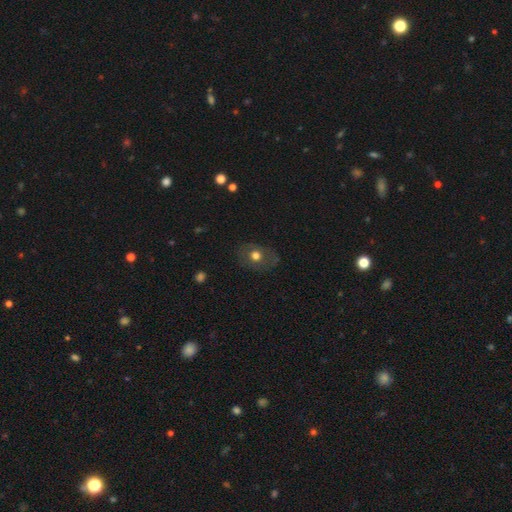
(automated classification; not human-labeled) This appears to be a smooth galaxy with no disk features (58%) that is in between round and cigar-shaped (51%). Merging: none (79%).